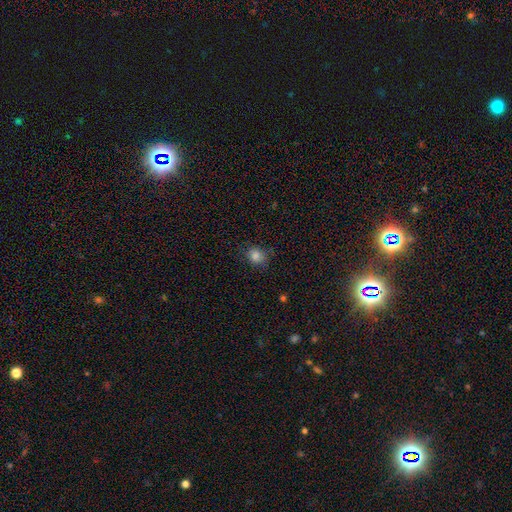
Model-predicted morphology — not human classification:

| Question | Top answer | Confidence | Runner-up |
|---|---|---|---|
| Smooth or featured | smooth | 82% | star or artifact (12%) |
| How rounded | round | 60% | in between (39%) |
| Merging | none | 75% | minor disturbance (19%) |